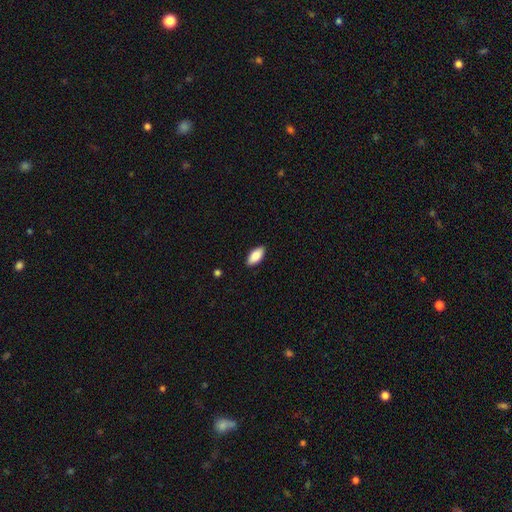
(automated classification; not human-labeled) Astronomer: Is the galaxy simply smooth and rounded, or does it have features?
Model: smooth — 84%.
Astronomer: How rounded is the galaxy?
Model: in between — 91%.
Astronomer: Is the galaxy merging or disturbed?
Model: none — 90%.